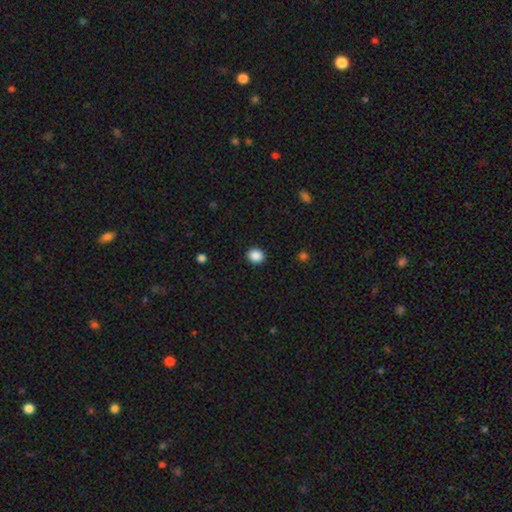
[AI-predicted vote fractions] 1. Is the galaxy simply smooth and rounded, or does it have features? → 88% smooth, 9% star or artifact, 3% featured or disk.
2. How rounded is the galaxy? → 71% round, 29% in between, 1% cigar-shaped.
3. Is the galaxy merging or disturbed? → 91% none, 6% minor disturbance, 2% major disturbance, 1% merger.